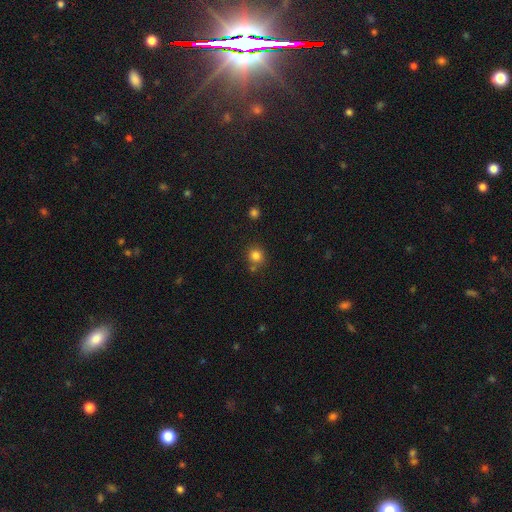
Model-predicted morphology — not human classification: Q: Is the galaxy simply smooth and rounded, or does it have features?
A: smooth — 82%.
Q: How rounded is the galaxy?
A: round — 88%.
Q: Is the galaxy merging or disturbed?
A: none — 75%.